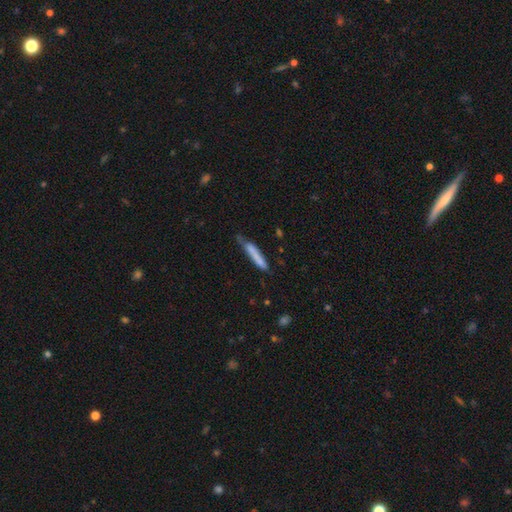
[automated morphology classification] This appears to be a smooth galaxy with no disk features (73%) that is cigar-shaped (92%). Merging: none (54%).